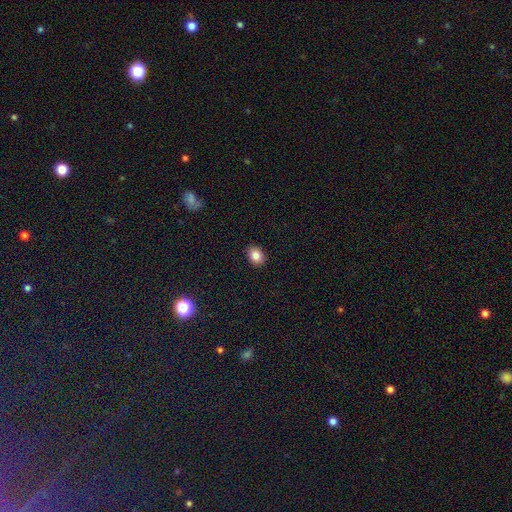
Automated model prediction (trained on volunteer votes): smooth 84%, star or artifact 9%, featured or disk 7%. Down the decision tree: how rounded — in between (59%); merging — none (90%).